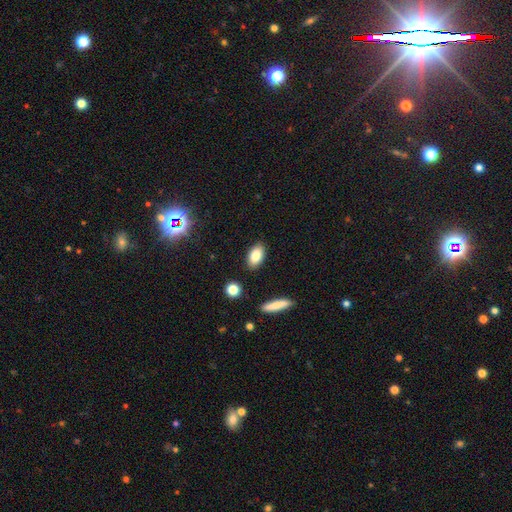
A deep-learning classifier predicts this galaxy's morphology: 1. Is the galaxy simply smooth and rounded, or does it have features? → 84% smooth, 8% star or artifact, 8% featured or disk.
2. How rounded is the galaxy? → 90% in between, 5% cigar-shaped, 5% round.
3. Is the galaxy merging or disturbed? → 86% none, 9% minor disturbance, 2% major disturbance, 2% merger.